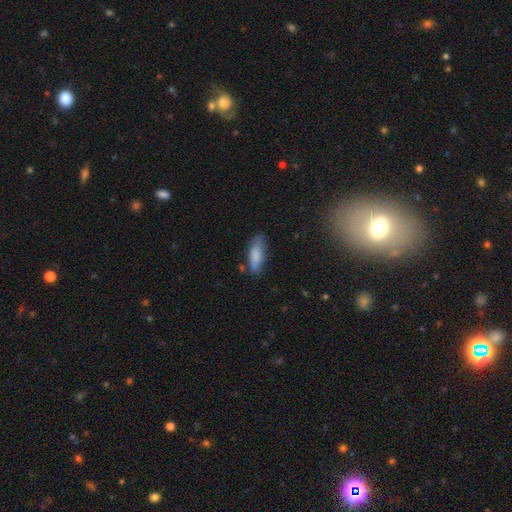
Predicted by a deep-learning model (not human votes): smooth_or_featured: smooth (p=0.82) [alt: featured or disk p=0.12]
how_rounded: in between (p=0.59) [alt: cigar-shaped p=0.39]
merging: none (p=0.69) [alt: minor disturbance p=0.22]